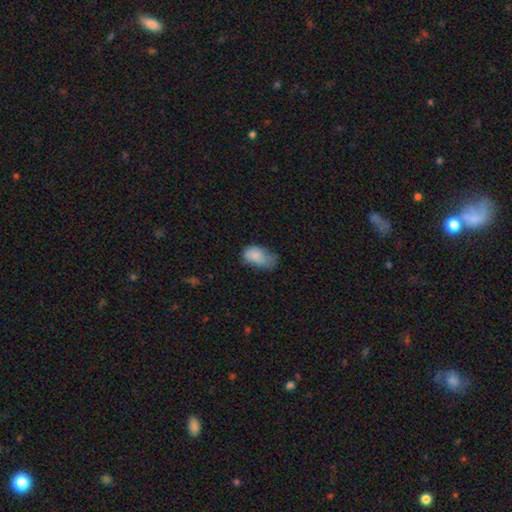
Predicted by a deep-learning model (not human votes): The model was most divided on "merging": minor disturbance: 41%, none: 31%, major disturbance: 24%, merger: 3%. More confident: how rounded — in between (91%); smooth or featured — smooth (80%).